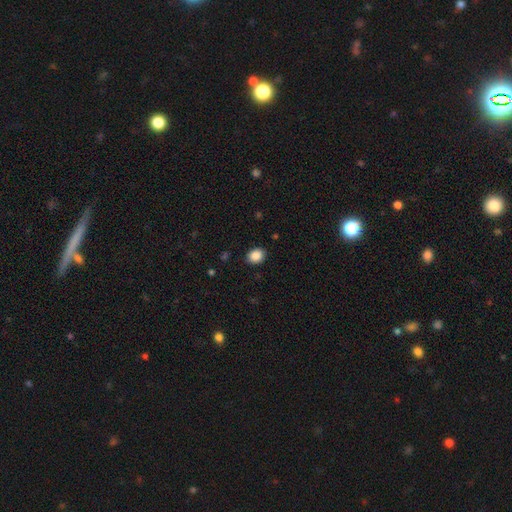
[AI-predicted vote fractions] smooth-or-featured: smooth: 88% | star or artifact: 9% | featured or disk: 3%
  how-rounded: in between: 52% | round: 47% | cigar-shaped: 1%
  merging: none: 89% | minor disturbance: 8% | major disturbance: 2% | merger: 1%